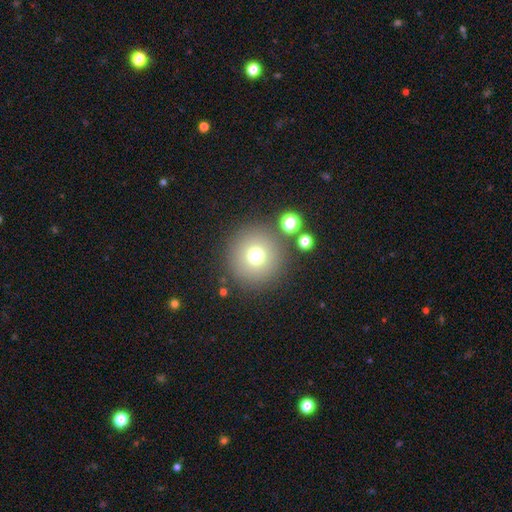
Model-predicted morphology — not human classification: A smooth galaxy with no disk features (70%) that is round (96%). Merging: none (86%).